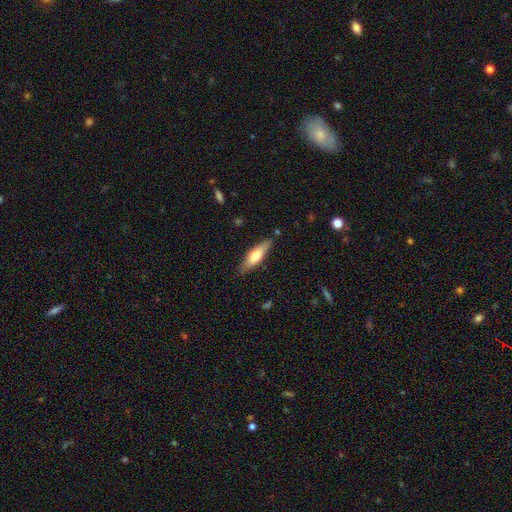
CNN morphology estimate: type=smooth (60%); roundness=cigar-shaped (58%); merging=none (82%).